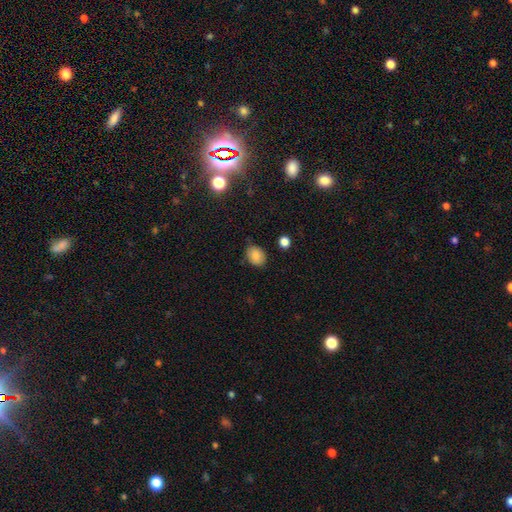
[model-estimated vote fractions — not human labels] smooth-or-featured: smooth: 83% | star or artifact: 10% | featured or disk: 7%
  how-rounded: in between: 61% | round: 38% | cigar-shaped: 1%
  merging: none: 81% | minor disturbance: 14% | major disturbance: 3% | merger: 2%